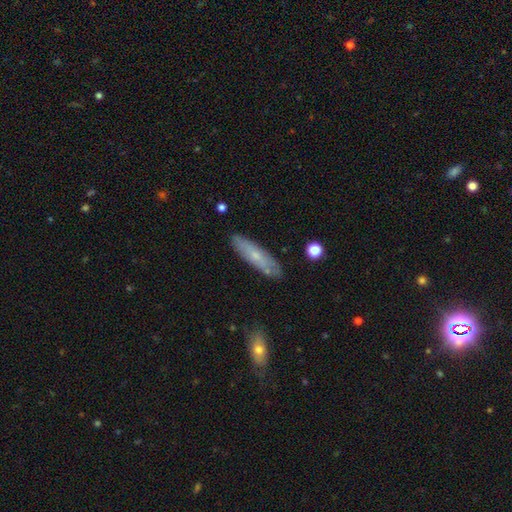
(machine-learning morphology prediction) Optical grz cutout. It shows a smooth galaxy with no disk features (57%) that is cigar-shaped (69%). Merging: none (83%).